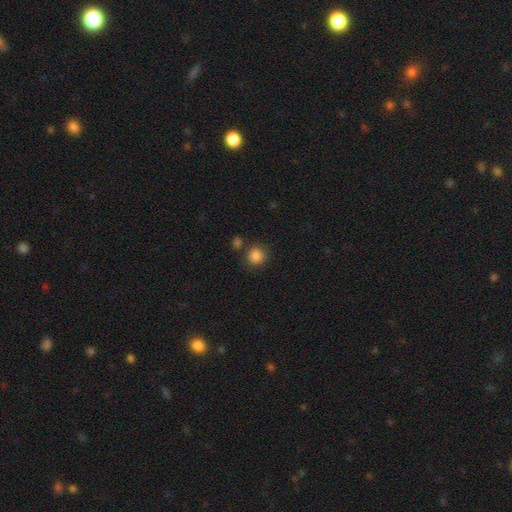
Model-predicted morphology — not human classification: The model was most divided on "merging": none: 76%, minor disturbance: 10%, merger: 10%, major disturbance: 4%. More confident: smooth or featured — smooth (86%); how rounded — round (86%).